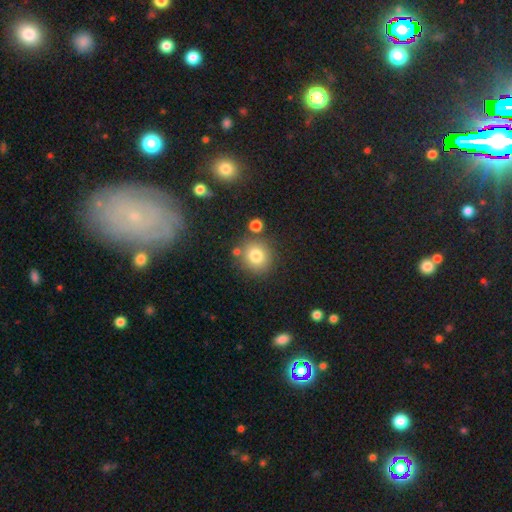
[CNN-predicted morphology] Q: Smooth or featured?
A: smooth (79%); runner-up: star or artifact (12%)
Q: How rounded?
A: round (89%); runner-up: in between (10%)
Q: Merging?
A: none (79%); runner-up: minor disturbance (10%)